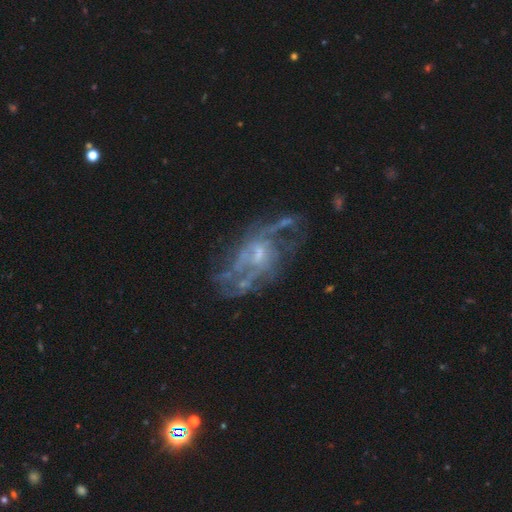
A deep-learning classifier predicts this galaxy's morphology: Smooth or featured?
  - featured or disk: 77% *
  - star or artifact: 13%
  - smooth: 10%
Edge-on disk?
  - no: 94% *
  - yes: 6%
Bar?
  - no: 68% *
  - weak: 26%
  - strong: 6%
Spiral arms?
  - yes: 67% *
  - no: 33%
Bulge size?
  - small: 59% *
  - moderate: 28%
  - none: 10%
  - large: 2%
  - dominant: 1%
Merging?
  - none: 54% *
  - major disturbance: 22%
  - minor disturbance: 19%
  - merger: 5%